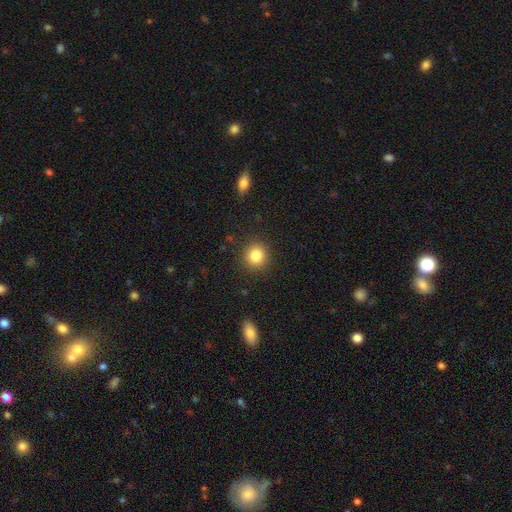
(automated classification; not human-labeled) The model was most divided on "smooth or featured": smooth: 84%, star or artifact: 10%, featured or disk: 6%. More confident: how rounded — round (89%); merging — none (89%).